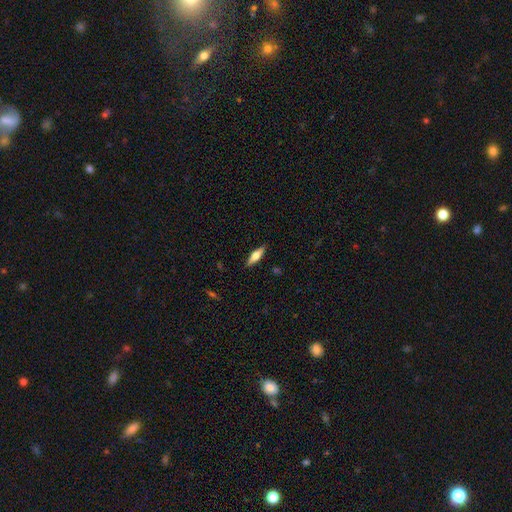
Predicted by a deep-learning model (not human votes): Morphology: type=smooth (53%); roundness=in between (49%, tied with cigar-shaped); merging=none (89%).